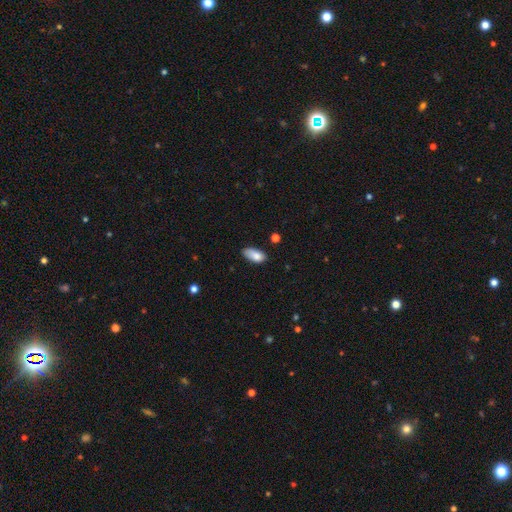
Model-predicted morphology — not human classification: smooth-or-featured: smooth: 82% | featured or disk: 10% | star or artifact: 8%
  how-rounded: in between: 91% | cigar-shaped: 6% | round: 3%
  merging: none: 56% | minor disturbance: 33% | major disturbance: 7% | merger: 4%